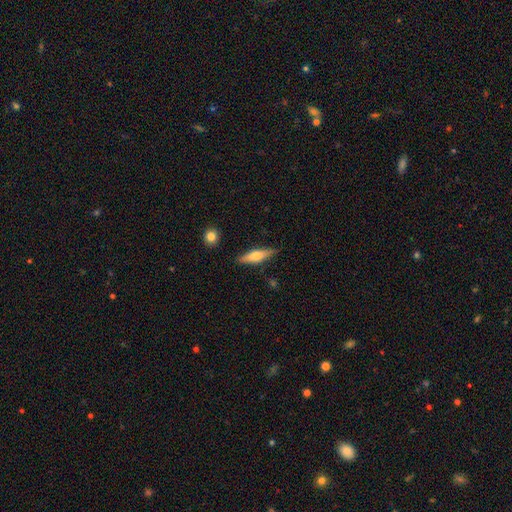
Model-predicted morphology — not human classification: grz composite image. It shows a smooth galaxy with no disk features (48%). Merging: none (85%).